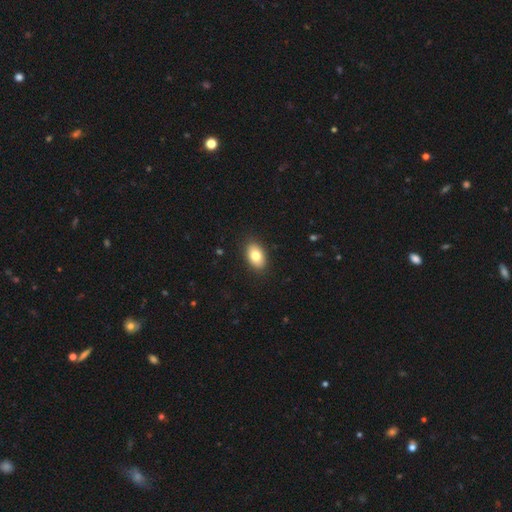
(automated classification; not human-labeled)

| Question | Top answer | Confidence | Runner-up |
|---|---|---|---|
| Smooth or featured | smooth | 80% | featured or disk (12%) |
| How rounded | in between | 90% | round (9%) |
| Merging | none | 89% | minor disturbance (8%) |